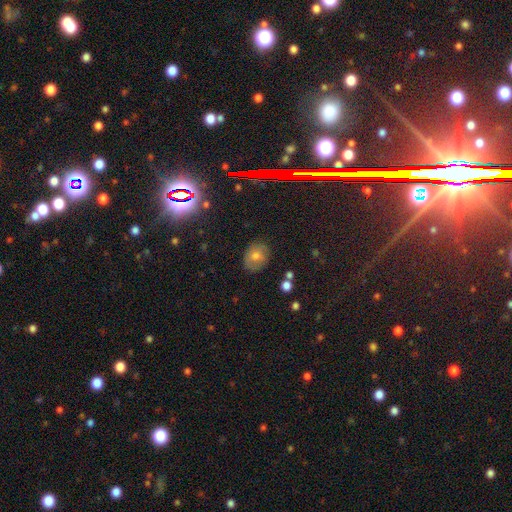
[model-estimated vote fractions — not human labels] This is possibly a smooth galaxy (59%). How rounded: possibly round (50%). Merging: likely none (80%).